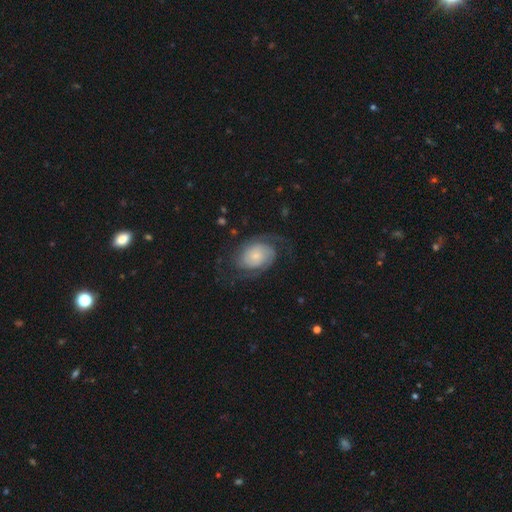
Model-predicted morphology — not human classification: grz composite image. It shows a featured or disk galaxy (77%) with no bar (75%), 2 (74%) medium (40%) spiral arms (94%) and a small central bulge (64%). Merging: none (64%).